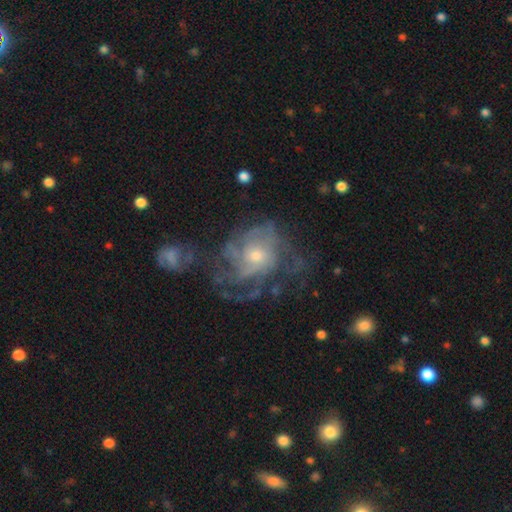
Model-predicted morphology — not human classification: Smooth or featured? Predicted: featured or disk (p=0.80). Edge-on disk? Predicted: no (p=0.97). Bar? Predicted: no (p=0.79). Spiral arms? Predicted: yes (p=0.84). Spiral winding? Predicted: tight (p=0.50). Spiral arm count? Predicted: can't tell (p=0.44). Bulge size? Predicted: small (p=0.47). Merging? Predicted: none (p=0.48).